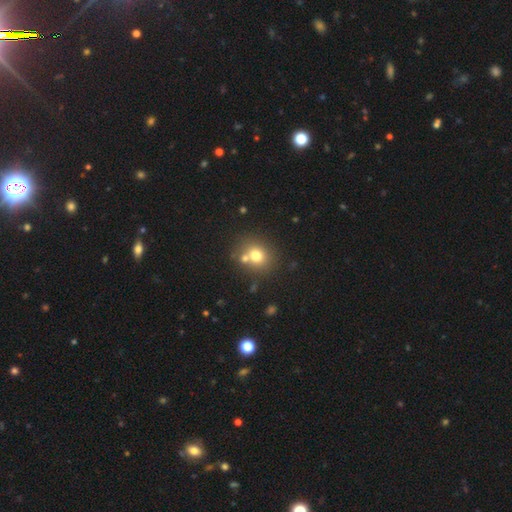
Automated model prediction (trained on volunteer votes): Smooth or featured? Predicted: smooth (p=0.72). How rounded? Predicted: round (p=0.73). Merging? Predicted: none (p=0.62).